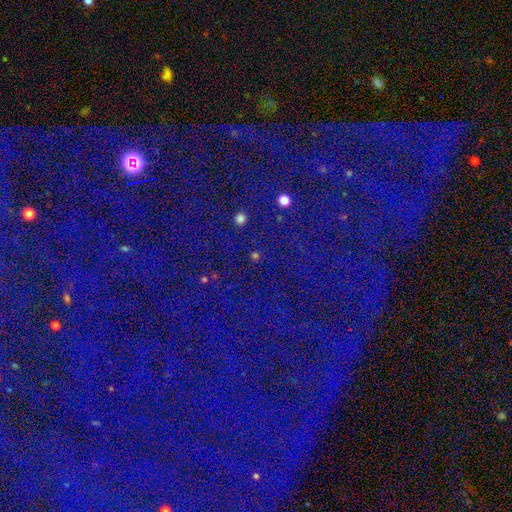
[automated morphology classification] smooth-or-featured: star or artifact: 68% | smooth: 24% | featured or disk: 7%